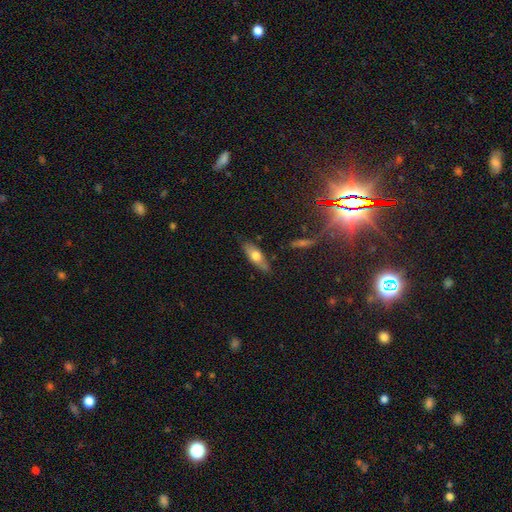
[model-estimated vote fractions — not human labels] smooth_or_featured: smooth (p=0.60) [alt: featured or disk p=0.34]
how_rounded: in between (p=0.62) [alt: cigar-shaped p=0.35]
merging: none (p=0.82) [alt: minor disturbance p=0.13]